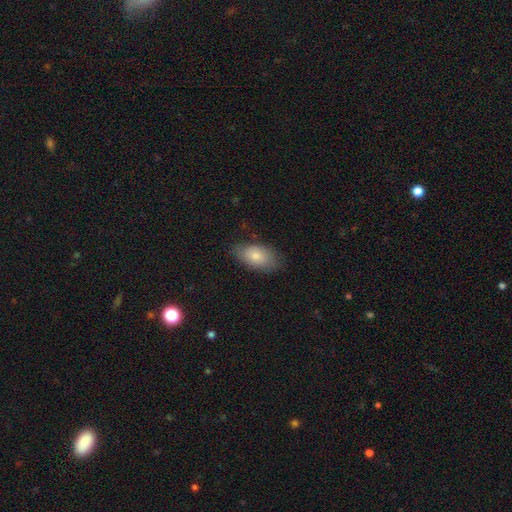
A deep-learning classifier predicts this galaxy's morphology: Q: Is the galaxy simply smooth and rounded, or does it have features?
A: smooth — 80%.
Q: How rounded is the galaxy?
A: in between — 92%.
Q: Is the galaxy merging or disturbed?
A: none — 76%.